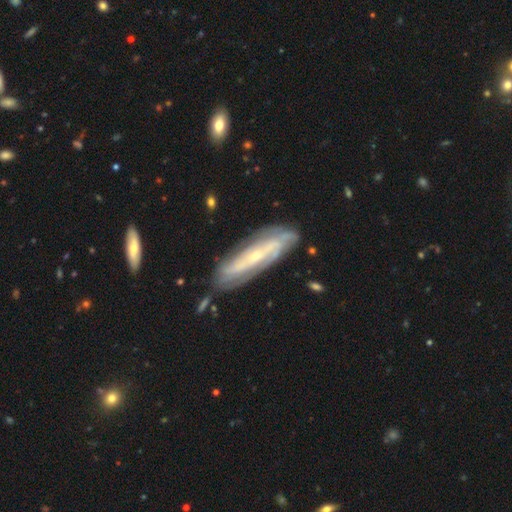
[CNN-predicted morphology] Q: Smooth or featured?
A: featured or disk (78%); runner-up: smooth (16%)
Q: Edge-on disk?
A: no (74%); runner-up: yes (26%)
Q: Bar?
A: no (52%); runner-up: weak (27%)
Q: Spiral arms?
A: yes (87%); runner-up: no (13%)
Q: Bulge size?
A: small (76%); runner-up: moderate (20%)
Q: Merging?
A: none (77%); runner-up: minor disturbance (17%)